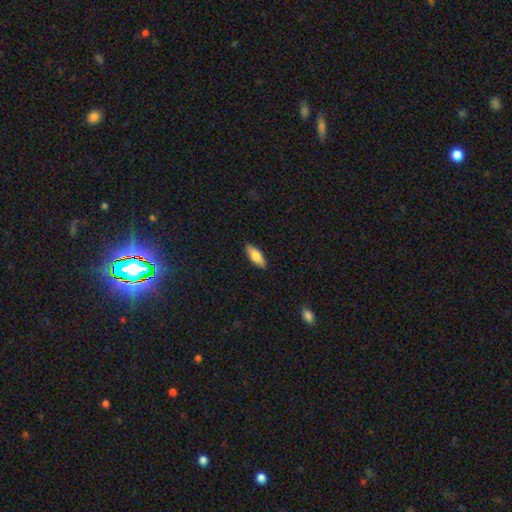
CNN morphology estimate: Smooth or featured? smooth (80%)
How rounded? in between (74%)
Merging? none (89%)